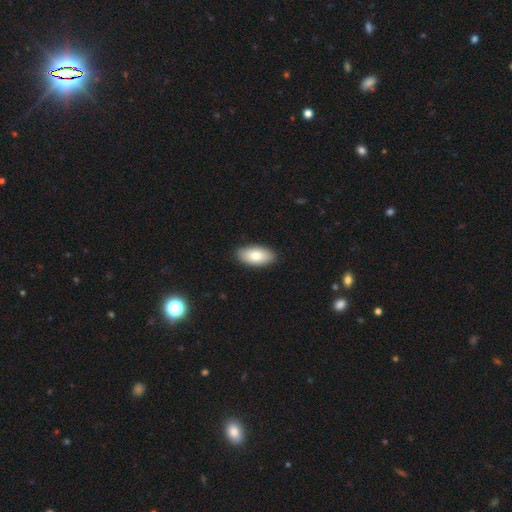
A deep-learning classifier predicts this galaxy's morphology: This is likely a smooth galaxy (79%). How rounded: clearly in between (93%). Merging: clearly none (89%).